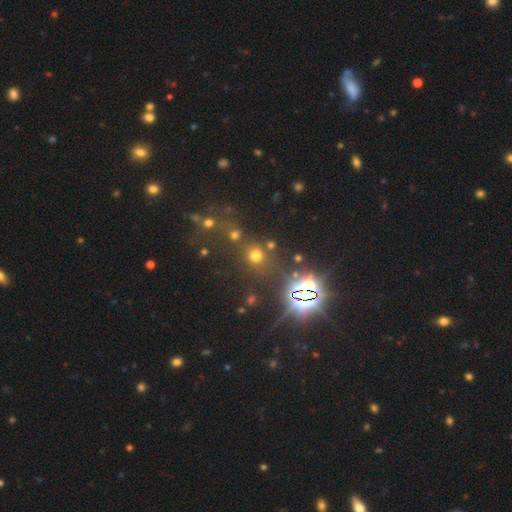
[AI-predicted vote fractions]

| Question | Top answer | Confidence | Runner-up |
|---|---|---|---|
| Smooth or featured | smooth | 57% | star or artifact (35%) |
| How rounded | round | 85% | in between (13%) |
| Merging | none | 73% | merger (11%) |